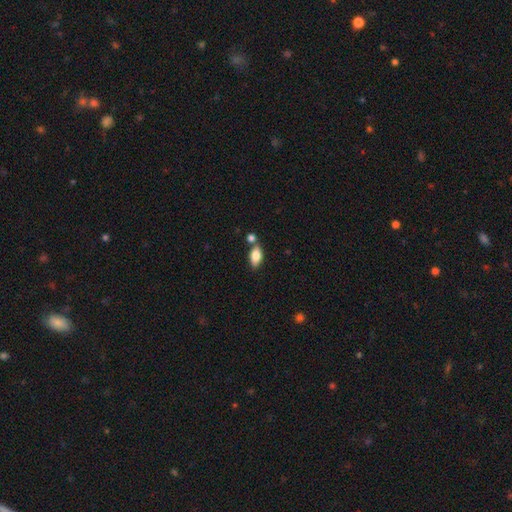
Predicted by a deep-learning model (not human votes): A smooth galaxy with no disk features (80%) that is in between round and cigar-shaped (89%). Merging: none (67%).